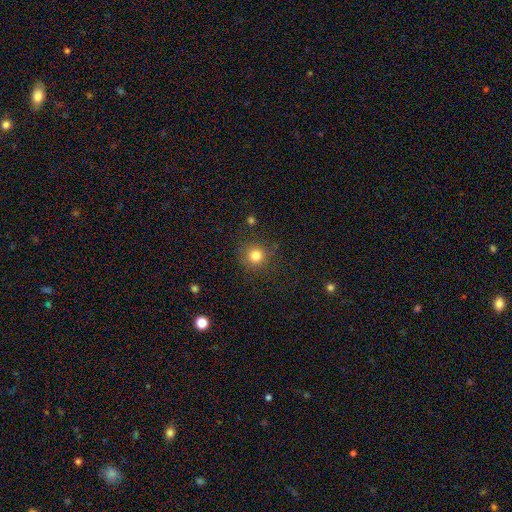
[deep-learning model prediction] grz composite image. It shows a smooth galaxy with no disk features (81%) that is round (93%). Merging: none (86%).